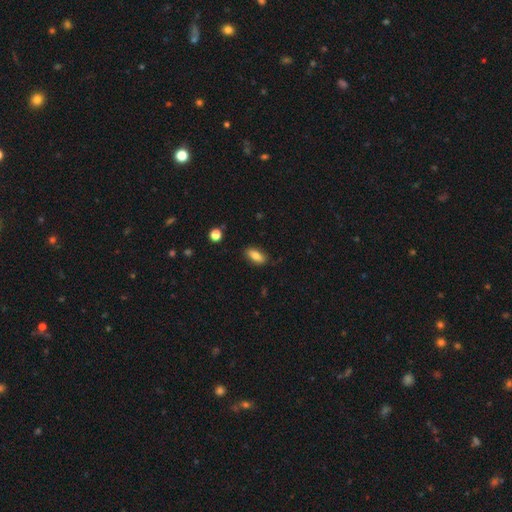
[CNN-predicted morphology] The model was most divided on "how rounded": in between: 83%, cigar-shaped: 14%, round: 3%. More confident: merging — none (85%); smooth or featured — smooth (83%).